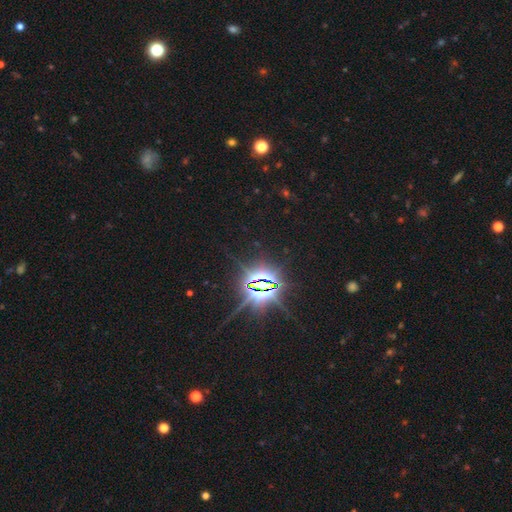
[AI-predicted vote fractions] Morphology: type=star or artifact (84%).